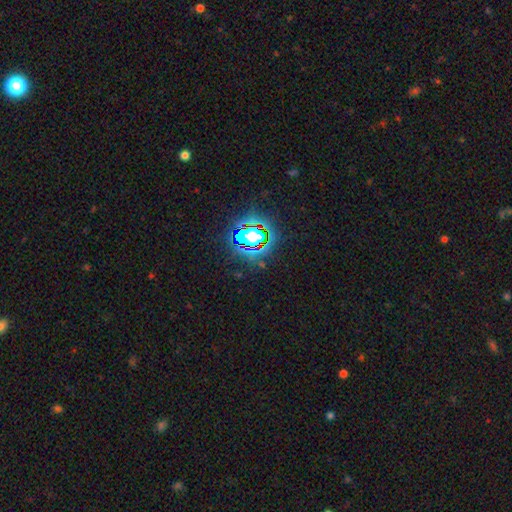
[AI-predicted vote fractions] This is clearly a star or artifact rather than a galaxy (81%).